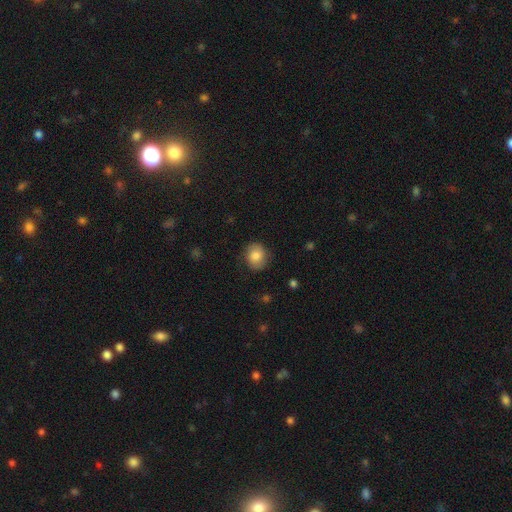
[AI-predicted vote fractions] smooth_or_featured: smooth (p=0.80) [alt: featured or disk p=0.12]
how_rounded: round (p=0.70) [alt: in between p=0.29]
merging: none (p=0.81) [alt: minor disturbance p=0.14]